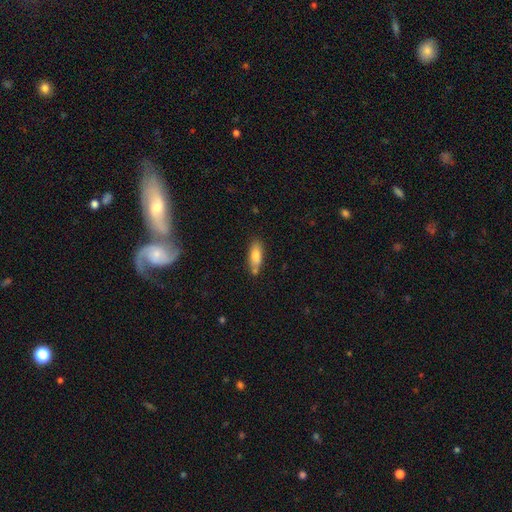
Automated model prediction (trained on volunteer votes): Smooth or featured?
  - smooth: 76% *
  - featured or disk: 16%
  - star or artifact: 7%
How rounded?
  - in between: 60% *
  - cigar-shaped: 37%
  - round: 2%
Merging?
  - none: 68% *
  - minor disturbance: 18%
  - merger: 10%
  - major disturbance: 4%